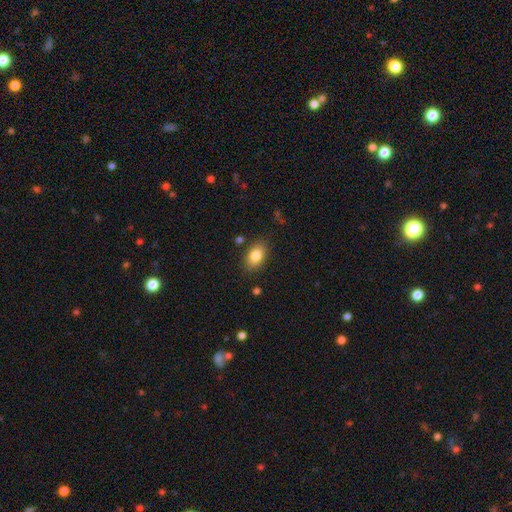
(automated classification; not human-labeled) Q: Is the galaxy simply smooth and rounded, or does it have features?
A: smooth — 84%.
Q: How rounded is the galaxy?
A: in between — 87%.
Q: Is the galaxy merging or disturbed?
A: none — 83%.